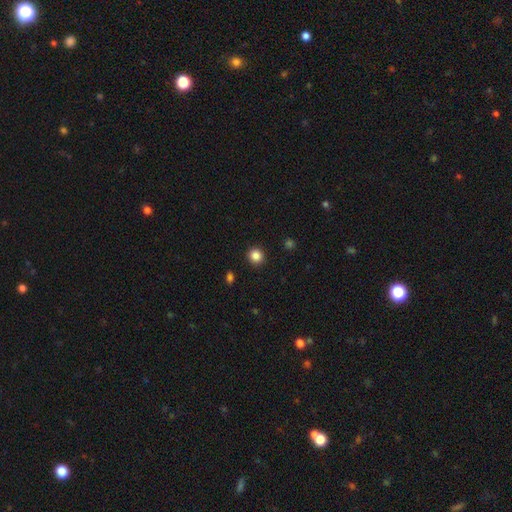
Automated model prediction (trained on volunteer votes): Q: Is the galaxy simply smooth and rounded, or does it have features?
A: smooth — 85%.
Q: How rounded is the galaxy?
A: round — 90%.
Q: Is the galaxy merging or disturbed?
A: none — 92%.